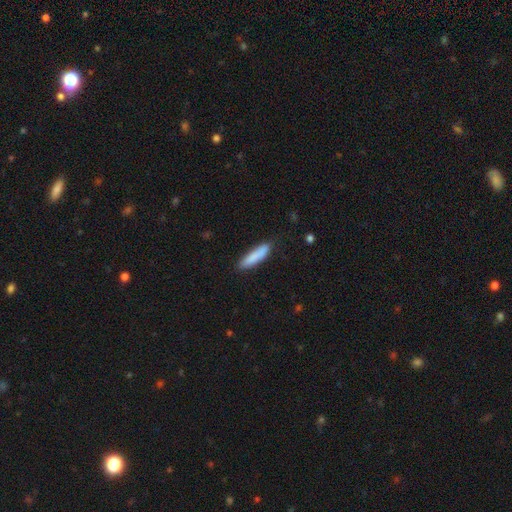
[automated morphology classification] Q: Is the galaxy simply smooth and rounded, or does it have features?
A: smooth — 85%.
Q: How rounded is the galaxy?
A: cigar-shaped — 77%.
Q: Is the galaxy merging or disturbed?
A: none — 82%.